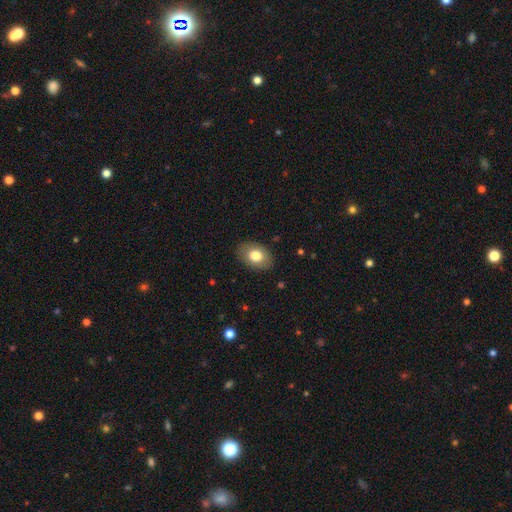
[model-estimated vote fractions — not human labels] Smooth or featured: smooth — 79% (featured or disk — 14%)
How rounded: in between — 82% (round — 17%)
Merging: none — 86% (minor disturbance — 11%)